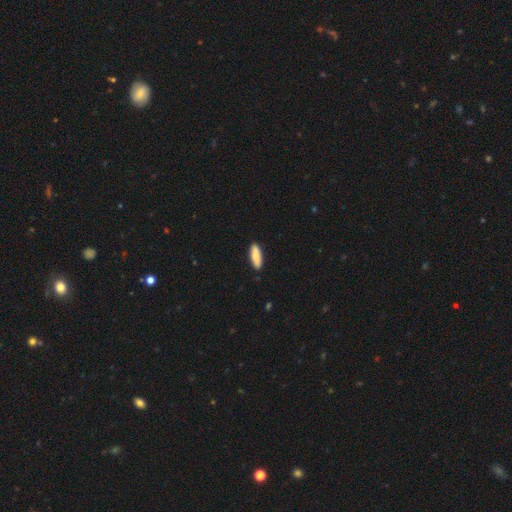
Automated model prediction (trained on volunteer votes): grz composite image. It shows a smooth galaxy with no disk features (84%) that is cigar-shaped (51%). Merging: none (90%).